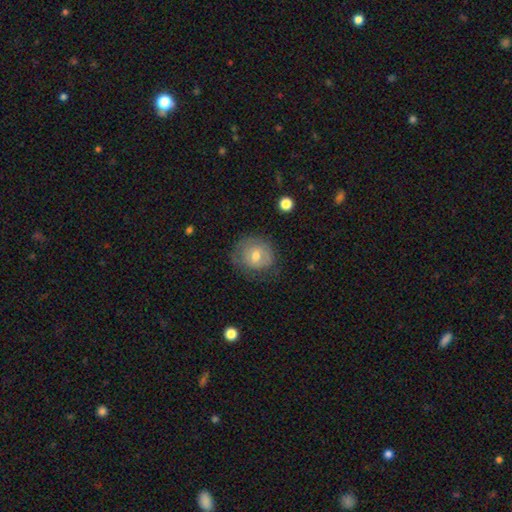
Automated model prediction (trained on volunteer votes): Smooth or featured?
  - smooth: 58% *
  - featured or disk: 34%
  - star or artifact: 8%
How rounded?
  - round: 73% *
  - in between: 26%
  - cigar-shaped: 1%
Merging?
  - none: 61% *
  - minor disturbance: 25%
  - major disturbance: 12%
  - merger: 1%